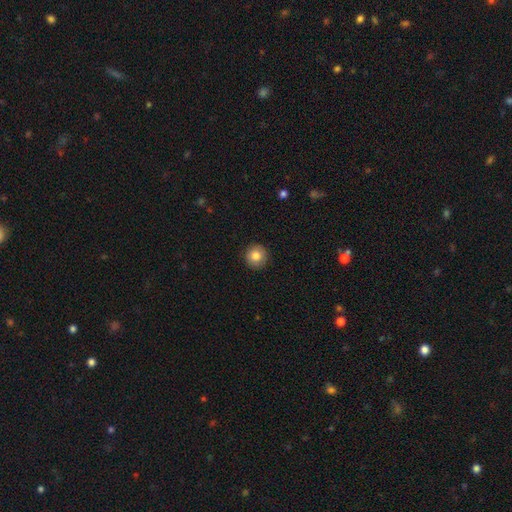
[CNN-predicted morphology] smooth_or_featured: smooth (p=0.83) [alt: star or artifact p=0.09]
how_rounded: round (p=0.95) [alt: in between p=0.04]
merging: none (p=0.92) [alt: minor disturbance p=0.06]